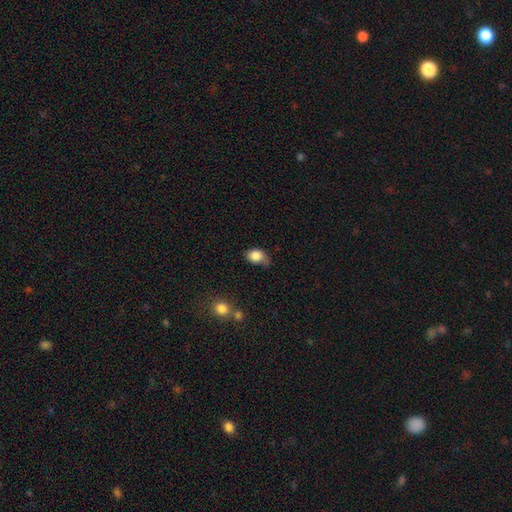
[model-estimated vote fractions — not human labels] smooth 85%, star or artifact 9%, featured or disk 6%. Down the decision tree: how rounded — in between (68%); merging — none (49%).